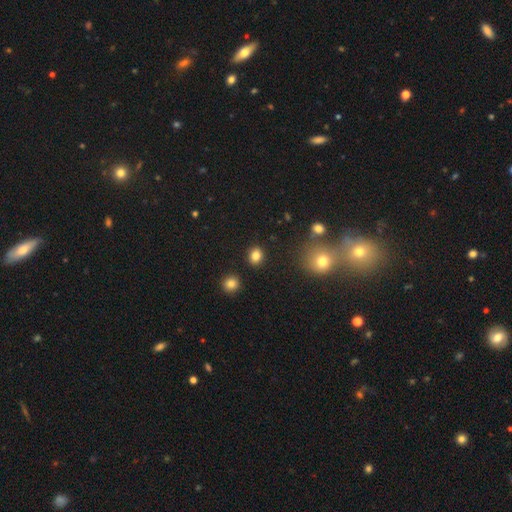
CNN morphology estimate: A smooth galaxy with no disk features (83%) that is round (67%). Merging: none (89%).